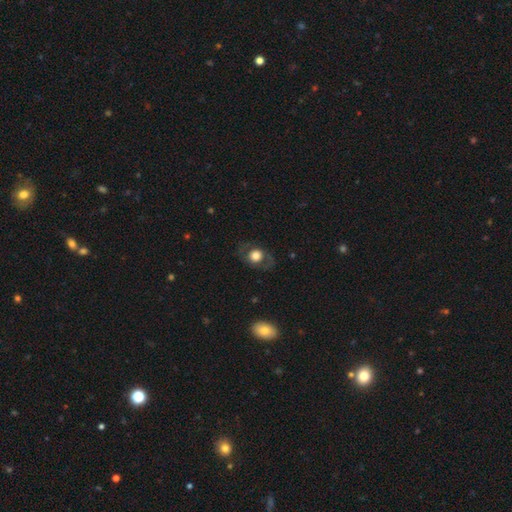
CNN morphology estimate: Q: Smooth or featured?
A: smooth (55%); runner-up: featured or disk (37%)
Q: How rounded?
A: round (61%); runner-up: in between (38%)
Q: Merging?
A: none (74%); runner-up: minor disturbance (14%)